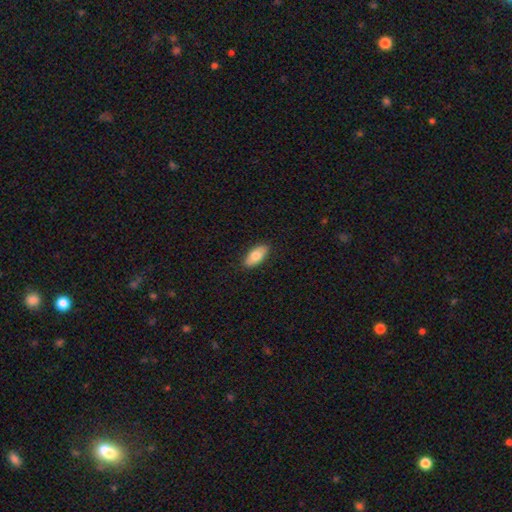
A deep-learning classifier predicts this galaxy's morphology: Overall: smooth (78%). How rounded: in between (89%). Merging: none (88%).